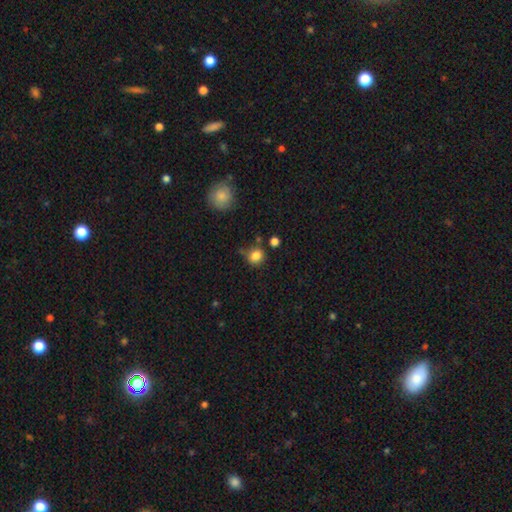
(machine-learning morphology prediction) type=smooth (84%); roundness=round (84%); merging=none (69%).